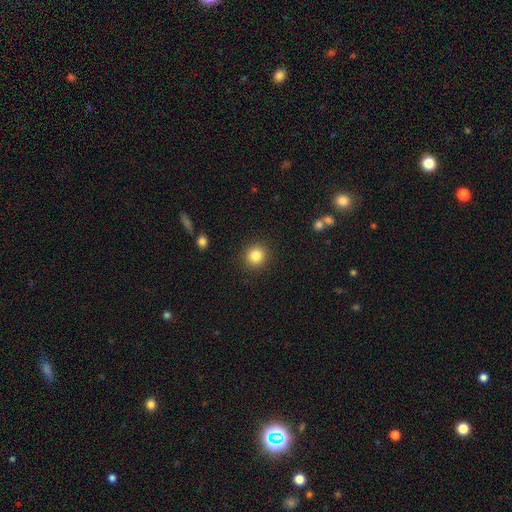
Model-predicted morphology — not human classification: This is clearly a smooth galaxy (84%). How rounded: clearly round (89%). Merging: clearly none (90%).